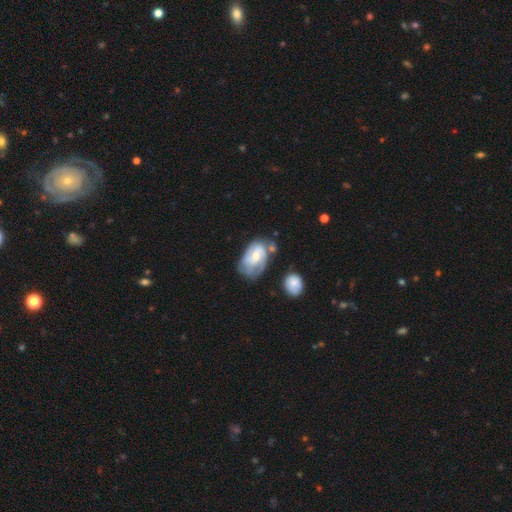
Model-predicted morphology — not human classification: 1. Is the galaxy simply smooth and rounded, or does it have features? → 69% featured or disk, 24% smooth, 6% star or artifact.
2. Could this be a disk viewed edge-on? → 97% no, 3% yes.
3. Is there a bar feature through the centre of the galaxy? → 49% no, 42% weak, 9% strong.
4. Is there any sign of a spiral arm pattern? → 85% yes, 15% no.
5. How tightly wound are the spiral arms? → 42% medium, 40% tight, 18% loose.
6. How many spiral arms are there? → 45% 2, 29% can't tell, 14% 3, 7% 1, 3% 4, 2% more than 4.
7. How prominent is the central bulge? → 52% moderate, 36% small, 6% large, 4% none, 1% dominant.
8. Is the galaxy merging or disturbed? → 43% none, 27% minor disturbance, 17% major disturbance, 13% merger.